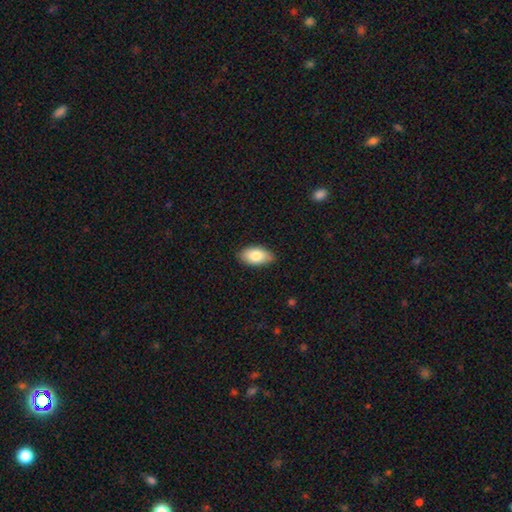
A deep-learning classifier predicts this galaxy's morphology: This appears to be a smooth galaxy with no disk features (83%) that is in between round and cigar-shaped (94%). Merging: none (85%).